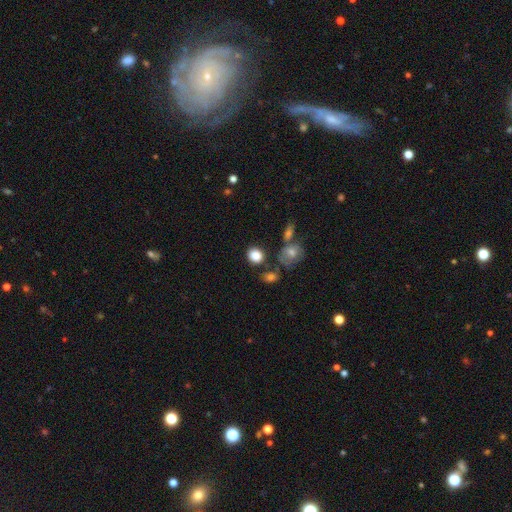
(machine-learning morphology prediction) Smooth or featured?
  - smooth: 84% *
  - star or artifact: 10%
  - featured or disk: 6%
How rounded?
  - round: 66% *
  - in between: 33%
  - cigar-shaped: 1%
Merging?
  - none: 71% *
  - minor disturbance: 14%
  - merger: 10%
  - major disturbance: 5%